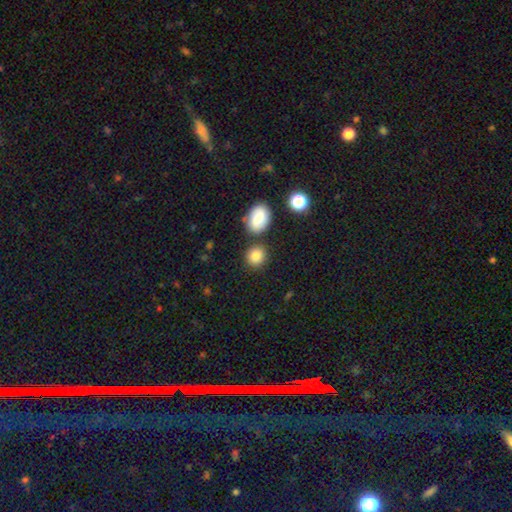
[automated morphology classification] The model was most divided on "how rounded": round: 80%, in between: 18%, cigar-shaped: 1%. More confident: smooth or featured — smooth (85%); merging — none (79%).